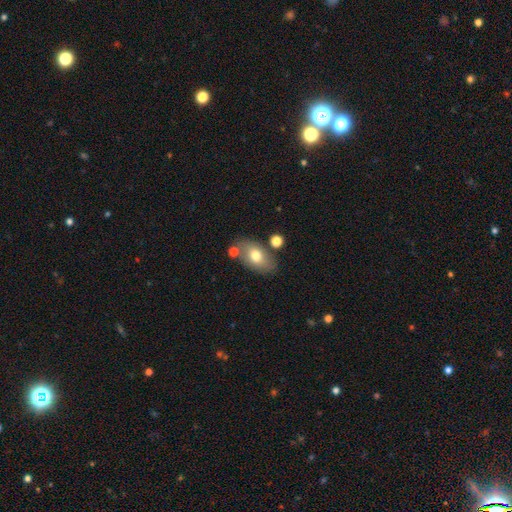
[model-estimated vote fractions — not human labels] smooth_or_featured: smooth (p=0.70) [alt: featured or disk p=0.22]
how_rounded: in between (p=0.90) [alt: round p=0.08]
merging: none (p=0.72) [alt: minor disturbance p=0.15]